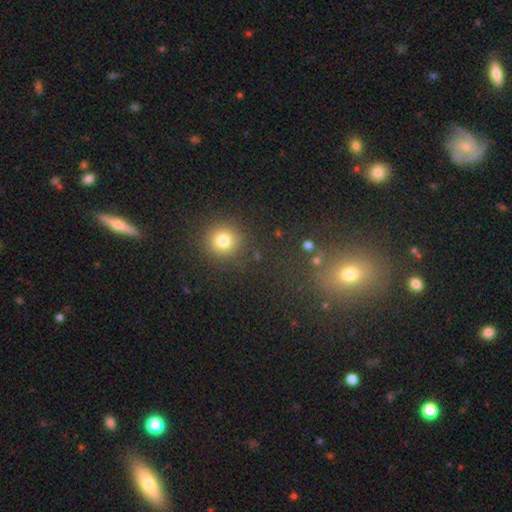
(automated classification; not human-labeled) This is likely a smooth galaxy (61%). How rounded: clearly round (90%). Merging: clearly none (87%).